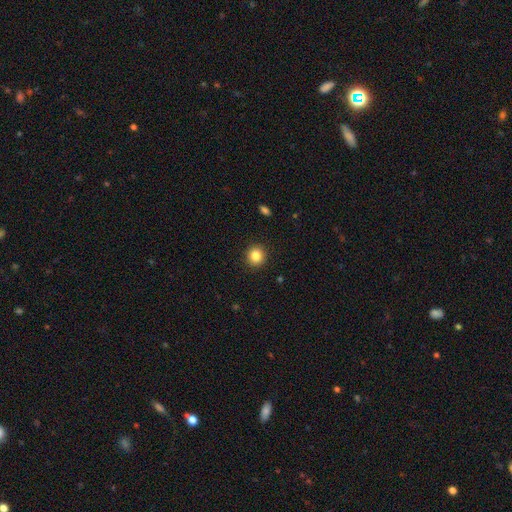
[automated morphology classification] type=smooth (85%); roundness=round (89%); merging=none (92%).